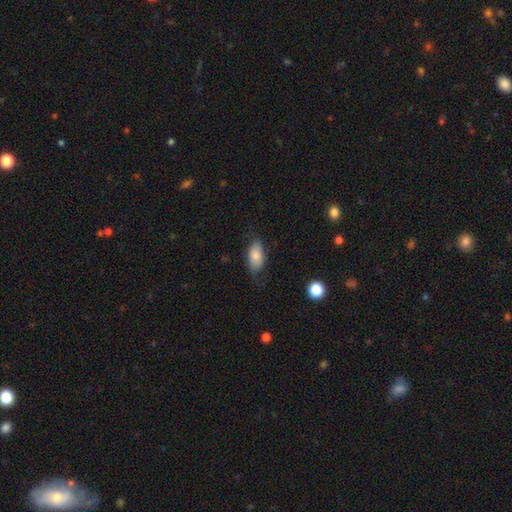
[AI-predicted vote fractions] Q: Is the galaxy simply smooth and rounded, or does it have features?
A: smooth — 79%.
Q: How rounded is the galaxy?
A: in between — 91%.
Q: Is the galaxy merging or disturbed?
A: none — 63%.